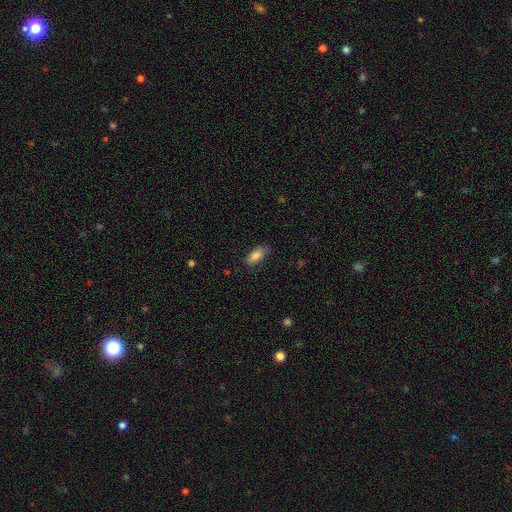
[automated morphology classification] Smooth or featured?
  - smooth: 85% *
  - featured or disk: 8%
  - star or artifact: 7%
How rounded?
  - in between: 85% *
  - cigar-shaped: 13%
  - round: 2%
Merging?
  - none: 80% *
  - minor disturbance: 16%
  - major disturbance: 3%
  - merger: 1%